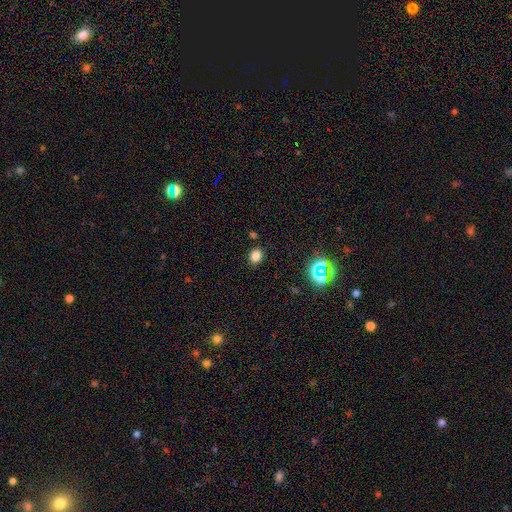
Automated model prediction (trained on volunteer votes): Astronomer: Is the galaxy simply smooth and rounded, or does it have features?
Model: smooth — 79%.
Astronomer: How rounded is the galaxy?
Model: round — 54% (runner-up: in between, 45%).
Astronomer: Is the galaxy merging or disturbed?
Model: none — 86%.